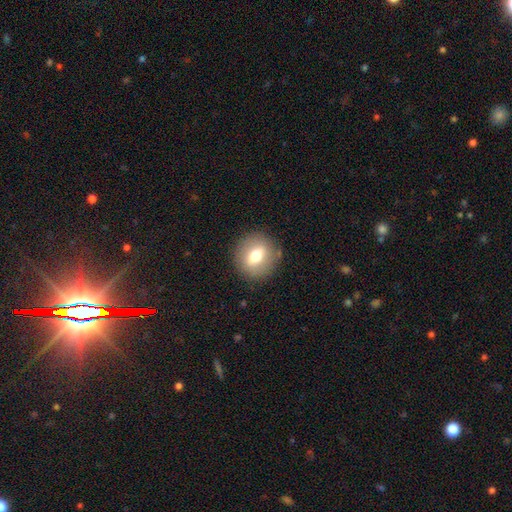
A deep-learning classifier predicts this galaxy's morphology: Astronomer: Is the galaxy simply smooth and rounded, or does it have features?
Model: smooth — 62%.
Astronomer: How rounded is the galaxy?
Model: round — 81%.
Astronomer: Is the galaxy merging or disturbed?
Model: none — 86%.